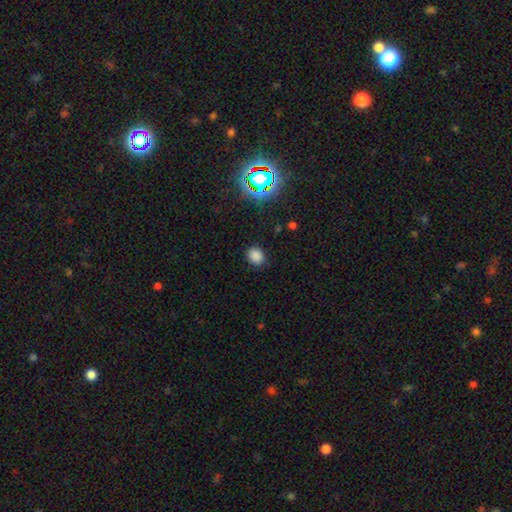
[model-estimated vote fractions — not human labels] Smooth or featured?
  - smooth: 80% *
  - star or artifact: 16%
  - featured or disk: 4%
How rounded?
  - round: 56% *
  - in between: 43%
  - cigar-shaped: 1%
Merging?
  - none: 85% *
  - minor disturbance: 11%
  - major disturbance: 3%
  - merger: 1%